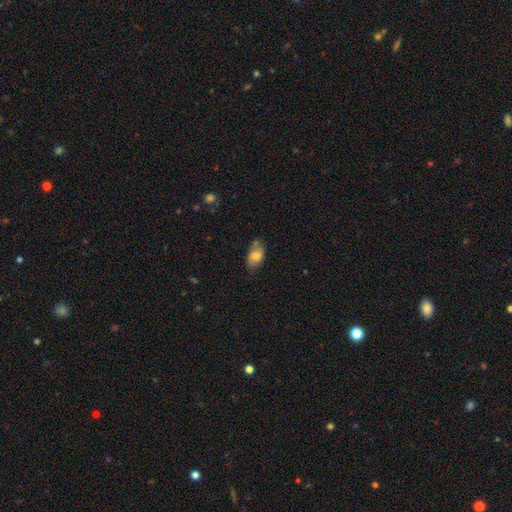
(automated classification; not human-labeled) smooth-or-featured: smooth: 74% | featured or disk: 18% | star or artifact: 8%
  how-rounded: in between: 90% | round: 7% | cigar-shaped: 2%
  merging: none: 63% | minor disturbance: 24% | merger: 8% | major disturbance: 5%